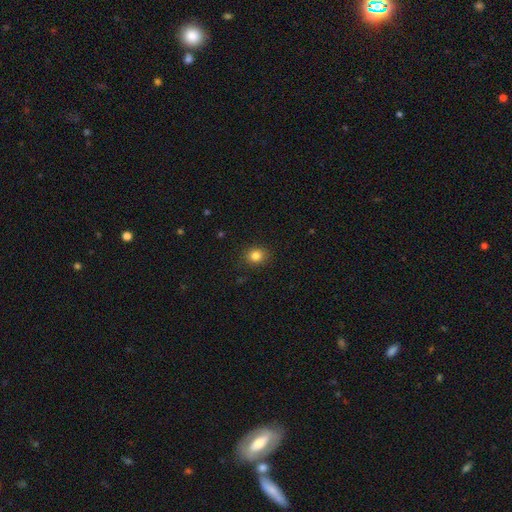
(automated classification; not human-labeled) A smooth galaxy with no disk features (84%) that is round (74%). Merging: none (89%).